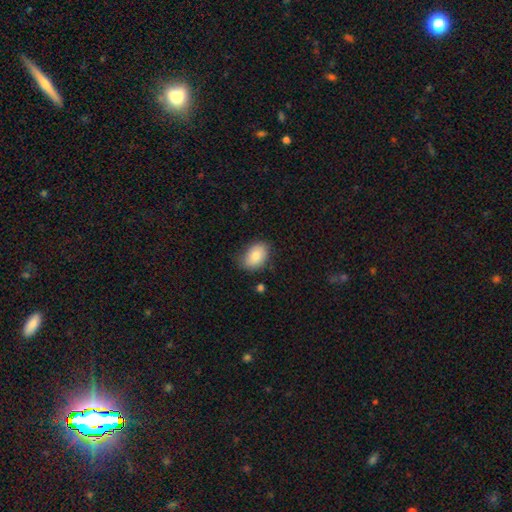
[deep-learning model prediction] A smooth galaxy with no disk features (82%) that is in between round and cigar-shaped (81%).

Vote fractions:
- Smooth or featured? smooth: 82% / featured or disk: 11% / star or artifact: 7%
- How rounded? in between: 81% / round: 18% / cigar-shaped: 1%
- Merging? none: 76% / minor disturbance: 18% / major disturbance: 4% / merger: 2%